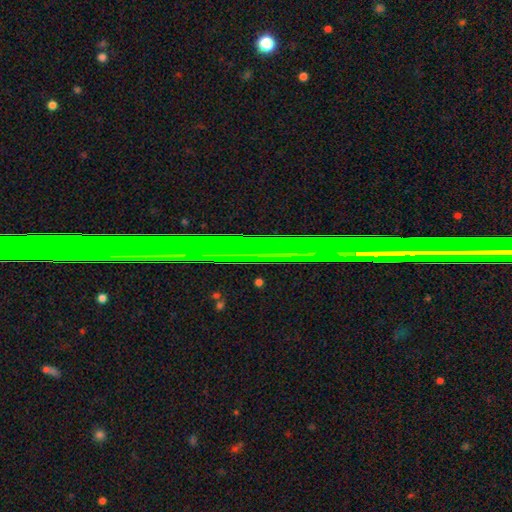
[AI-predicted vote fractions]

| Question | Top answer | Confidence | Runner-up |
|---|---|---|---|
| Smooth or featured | star or artifact | 76% | featured or disk (15%) |